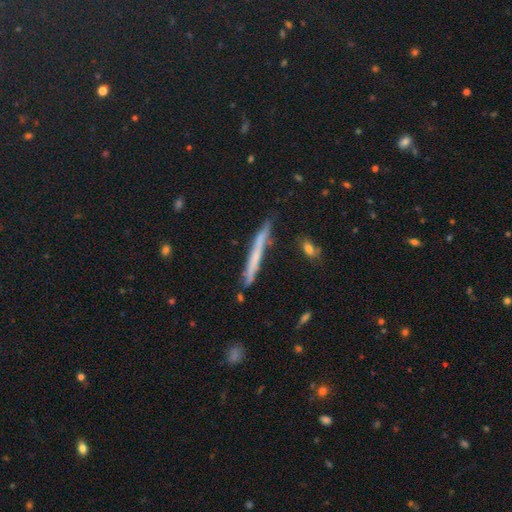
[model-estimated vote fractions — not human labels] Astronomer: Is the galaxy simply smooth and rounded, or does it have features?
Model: smooth — 50% (runner-up: featured or disk, 42%).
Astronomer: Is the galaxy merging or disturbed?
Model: none — 80%.